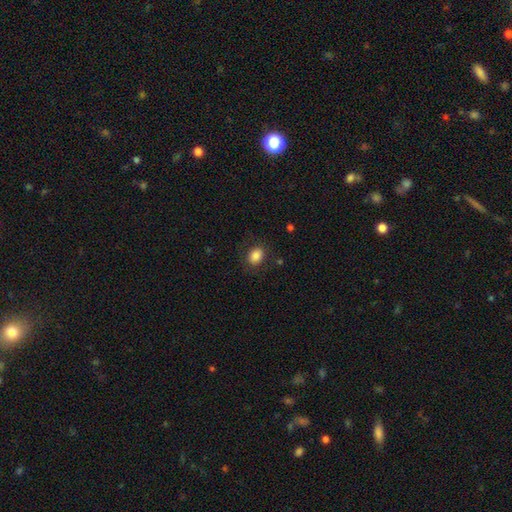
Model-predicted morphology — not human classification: smooth 84%, star or artifact 9%, featured or disk 6%. Down the decision tree: how rounded — in between (57%); merging — none (83%).